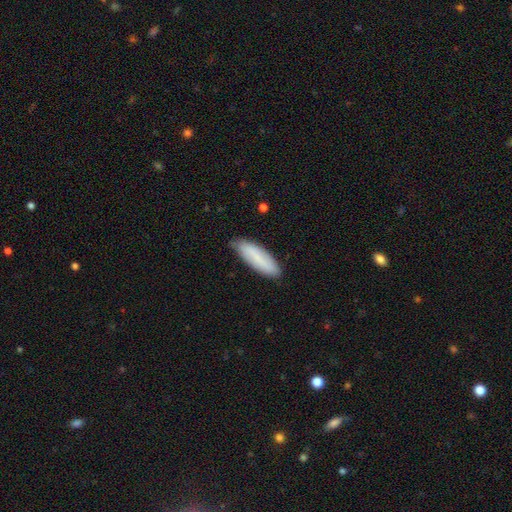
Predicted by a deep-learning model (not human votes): Smooth or featured: smooth — 77% (featured or disk — 15%)
How rounded: cigar-shaped — 57% (in between — 42%)
Merging: none — 85% (minor disturbance — 11%)